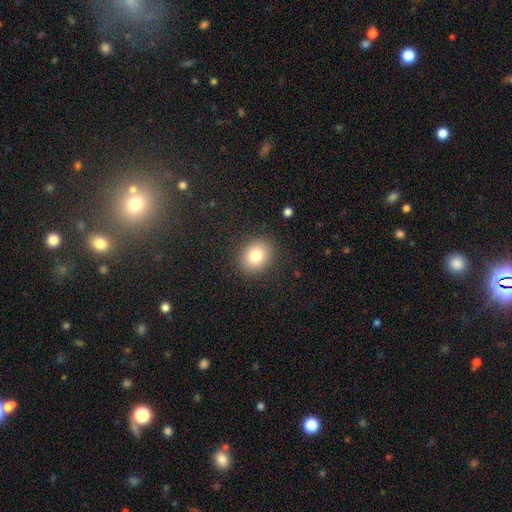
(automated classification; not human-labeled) Smooth or featured: smooth — 81% (star or artifact — 10%)
How rounded: round — 60% (in between — 39%)
Merging: none — 88% (minor disturbance — 8%)